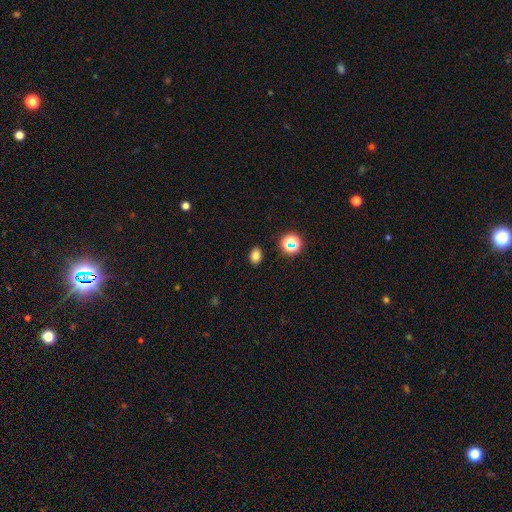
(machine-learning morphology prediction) This appears to be a smooth galaxy with no disk features (77%) that is in between round and cigar-shaped (69%). Merging: none (88%).